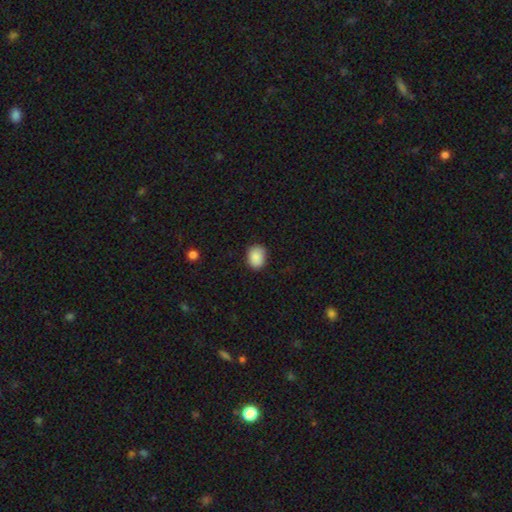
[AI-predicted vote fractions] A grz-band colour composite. It shows a smooth galaxy with no disk features (88%) that is in between round and cigar-shaped (55%). Merging: none (82%).